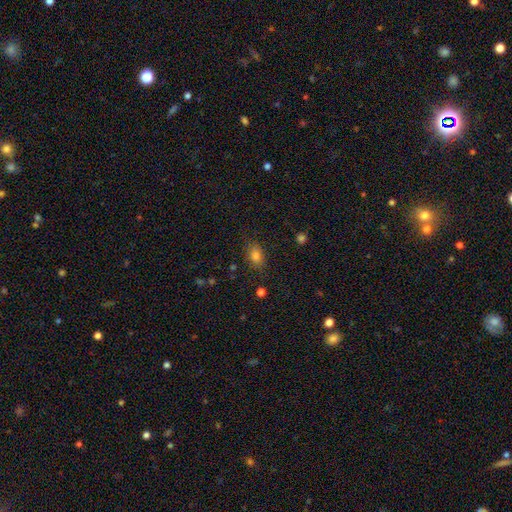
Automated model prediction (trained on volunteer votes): Smooth or featured: smooth — 80% (star or artifact — 12%)
How rounded: in between — 76% (round — 22%)
Merging: none — 82% (minor disturbance — 13%)